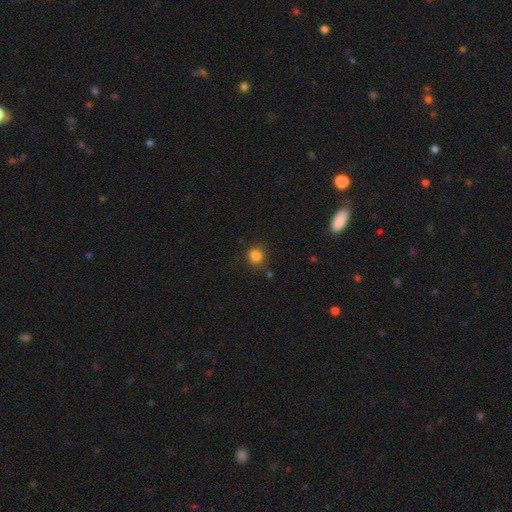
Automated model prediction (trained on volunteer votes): A smooth galaxy with no disk features (83%) that is round (83%). Merging: none (81%).